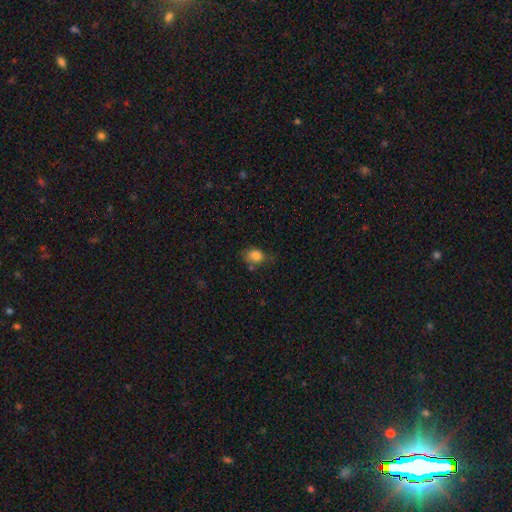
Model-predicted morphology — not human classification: smooth 83%, star or artifact 11%, featured or disk 7%. Down the decision tree: how rounded — in between (52%); merging — none (58%).